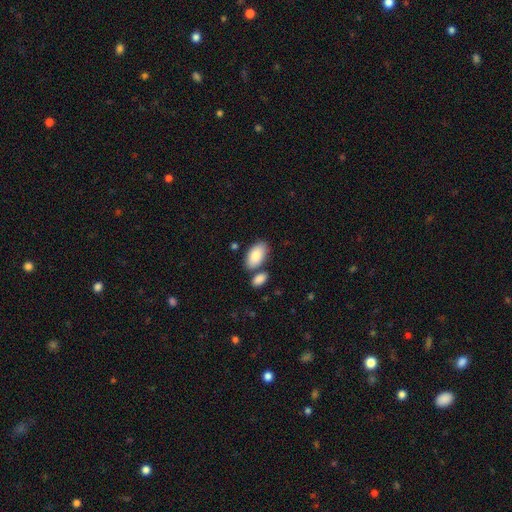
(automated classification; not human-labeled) Smooth or featured: smooth — 85% (featured or disk — 9%)
How rounded: in between — 95% (round — 3%)
Merging: none — 67% (merger — 18%)